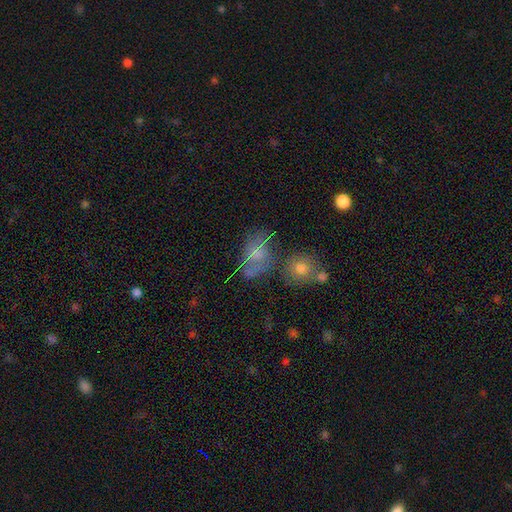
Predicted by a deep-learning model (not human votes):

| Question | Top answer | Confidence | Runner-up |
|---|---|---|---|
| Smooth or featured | smooth | 55% | featured or disk (26%) |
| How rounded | in between | 76% | round (21%) |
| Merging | none | 41% | minor disturbance (22%) |